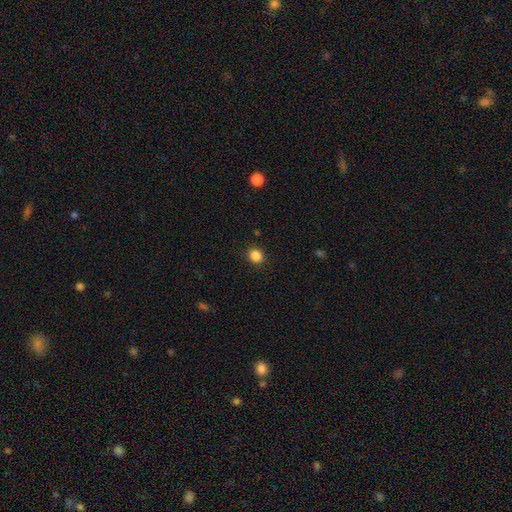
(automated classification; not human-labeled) This appears to be a smooth galaxy with no disk features (86%) that is round (83%). Merging: none (90%).